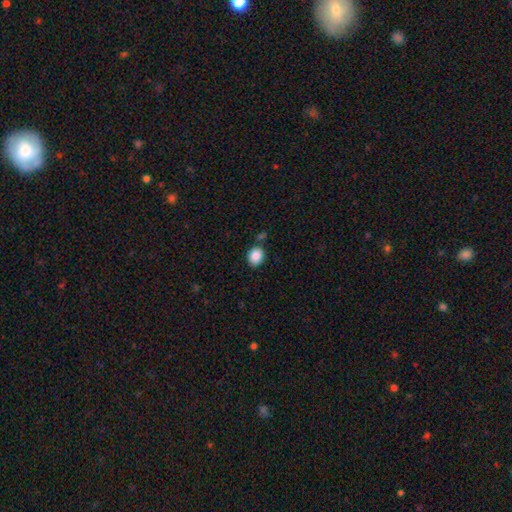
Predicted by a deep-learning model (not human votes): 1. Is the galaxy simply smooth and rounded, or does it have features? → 87% smooth, 8% star or artifact, 4% featured or disk.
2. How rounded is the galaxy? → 56% round, 43% in between, 1% cigar-shaped.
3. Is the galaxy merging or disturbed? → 77% none, 13% minor disturbance, 7% merger, 3% major disturbance.